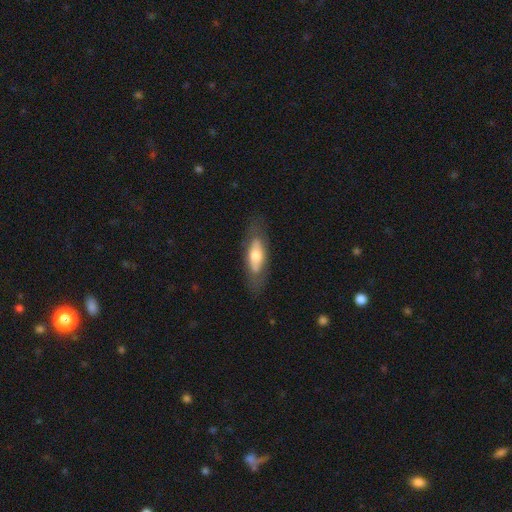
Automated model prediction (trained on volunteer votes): Q: Smooth or featured?
A: smooth (54%); runner-up: featured or disk (40%)
Q: How rounded?
A: in between (68%); runner-up: cigar-shaped (29%)
Q: Merging?
A: none (76%); runner-up: minor disturbance (16%)